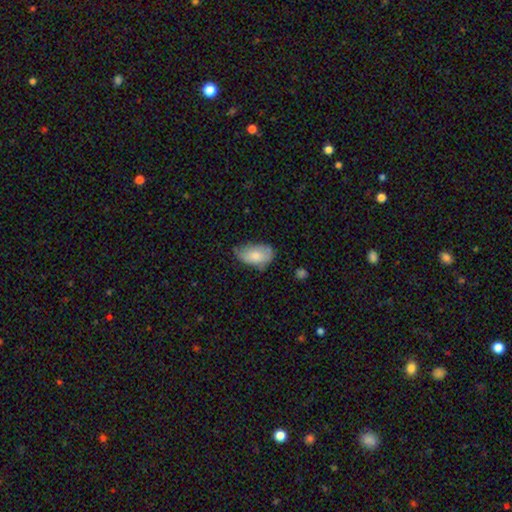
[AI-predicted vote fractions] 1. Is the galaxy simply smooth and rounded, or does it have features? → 73% smooth, 20% featured or disk, 7% star or artifact.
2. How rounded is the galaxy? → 92% in between, 6% round, 2% cigar-shaped.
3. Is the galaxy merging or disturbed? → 49% none, 39% minor disturbance, 10% major disturbance, 2% merger.